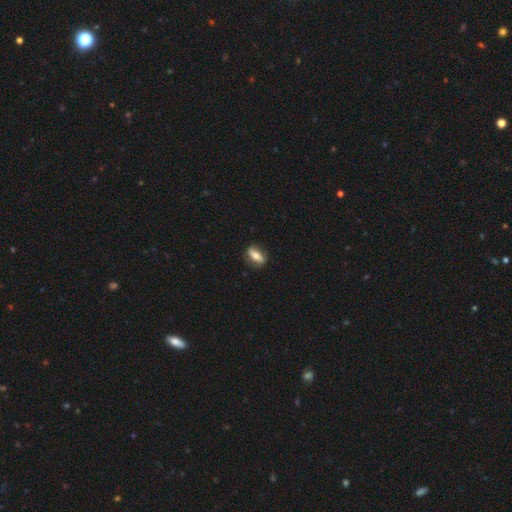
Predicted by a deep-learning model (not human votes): Smooth or featured?
  - smooth: 54% *
  - featured or disk: 39%
  - star or artifact: 7%
How rounded?
  - in between: 72% *
  - cigar-shaped: 18%
  - round: 10%
Merging?
  - none: 80% *
  - minor disturbance: 15%
  - major disturbance: 4%
  - merger: 1%